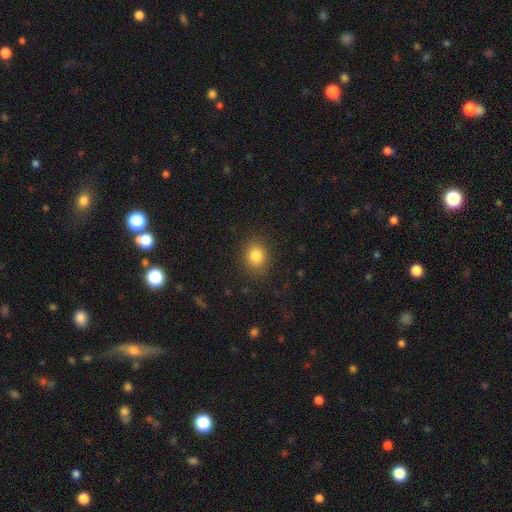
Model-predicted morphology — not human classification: This is clearly a smooth galaxy (83%). How rounded: possibly round (57%). Merging: clearly none (86%).